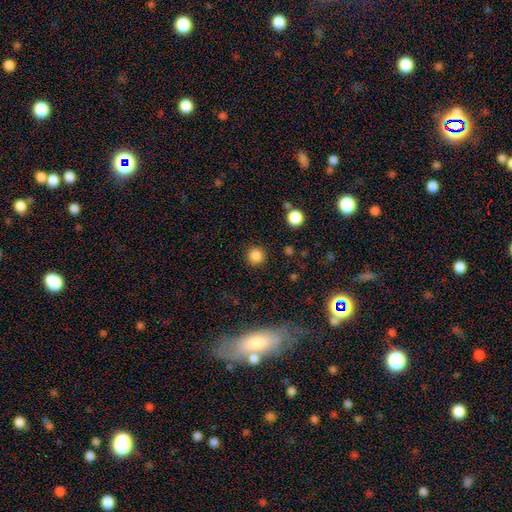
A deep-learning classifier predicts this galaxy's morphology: A smooth galaxy with no disk features (84%) that is round (95%).

Vote fractions:
- Smooth or featured? smooth: 84% / star or artifact: 12% / featured or disk: 4%
- How rounded? round: 95% / in between: 4% / cigar-shaped: 1%
- Merging? none: 91% / minor disturbance: 6% / major disturbance: 2% / merger: 1%